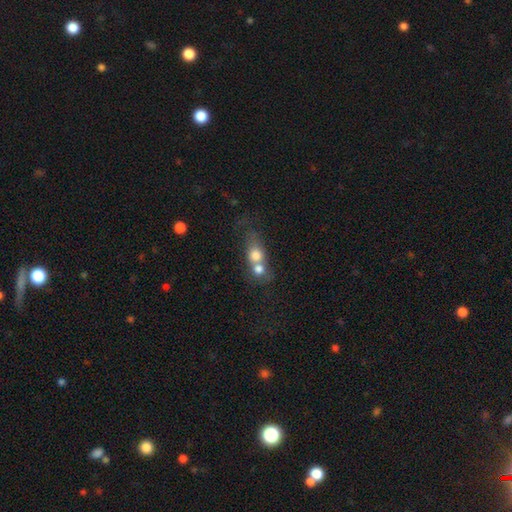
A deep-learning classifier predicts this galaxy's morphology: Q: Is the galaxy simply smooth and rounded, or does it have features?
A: smooth — 70%.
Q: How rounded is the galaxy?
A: round — 57%.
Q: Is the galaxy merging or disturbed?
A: merger — 70%.